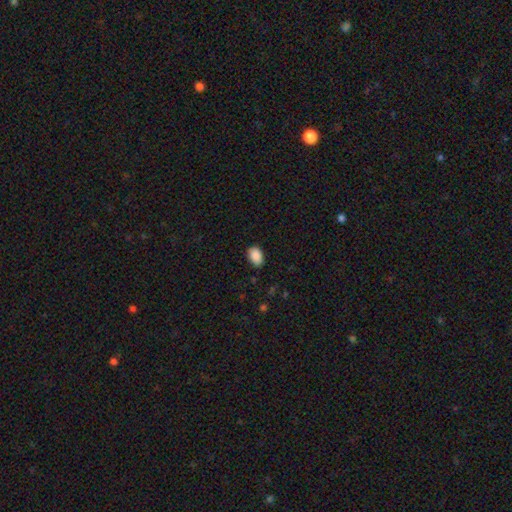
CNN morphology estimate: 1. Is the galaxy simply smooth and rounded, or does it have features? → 90% smooth, 7% star or artifact, 3% featured or disk.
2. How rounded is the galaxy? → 88% in between, 11% round, 1% cigar-shaped.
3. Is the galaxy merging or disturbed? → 83% none, 14% minor disturbance, 2% major disturbance, 1% merger.